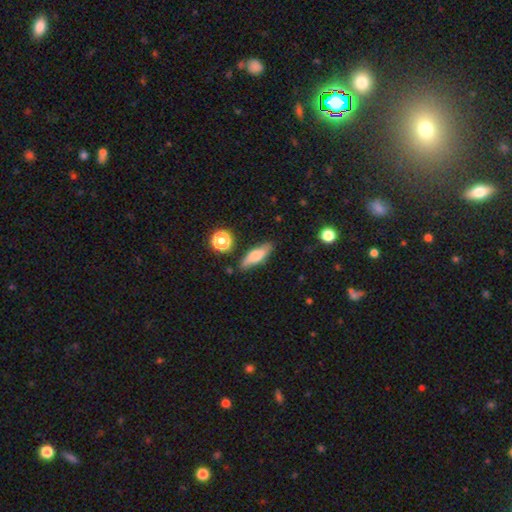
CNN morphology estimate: Overall: smooth (61%; featured or disk 32%). How rounded: cigar-shaped (49%; in between 46%). Merging: none (81%).